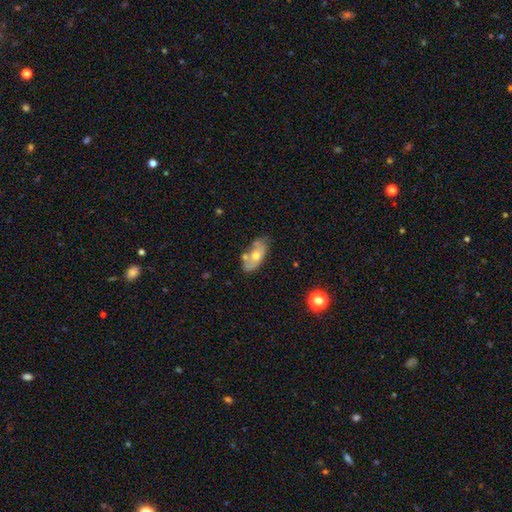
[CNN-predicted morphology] smooth_or_featured: smooth (p=0.48) [alt: featured or disk p=0.43]
merging: none (p=0.57) [alt: minor disturbance p=0.22]